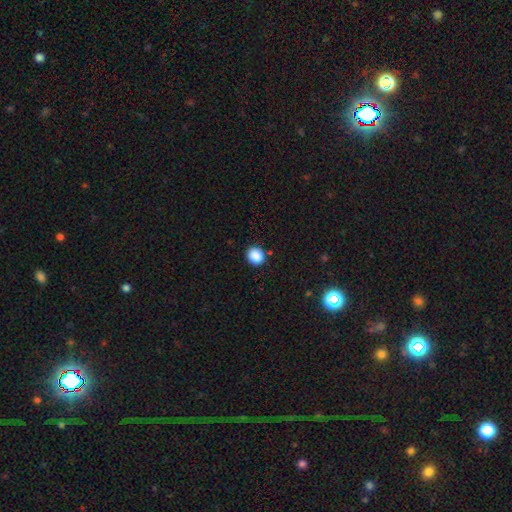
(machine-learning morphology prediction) Smooth or featured? smooth (87%)
How rounded? round (80%)
Merging? none (87%)